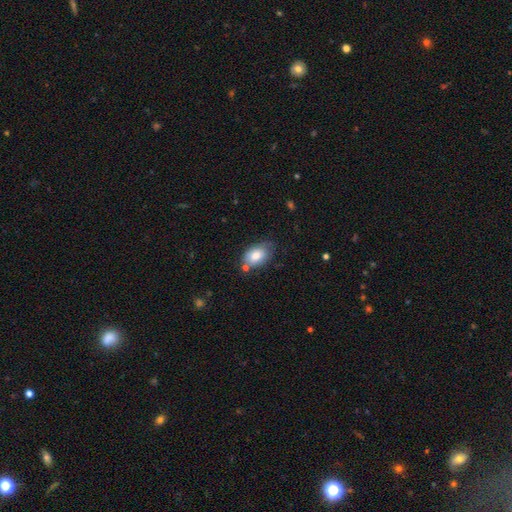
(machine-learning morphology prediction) smooth 80%, featured or disk 13%, star or artifact 7%. Down the decision tree: how rounded — in between (87%); merging — none (59%).